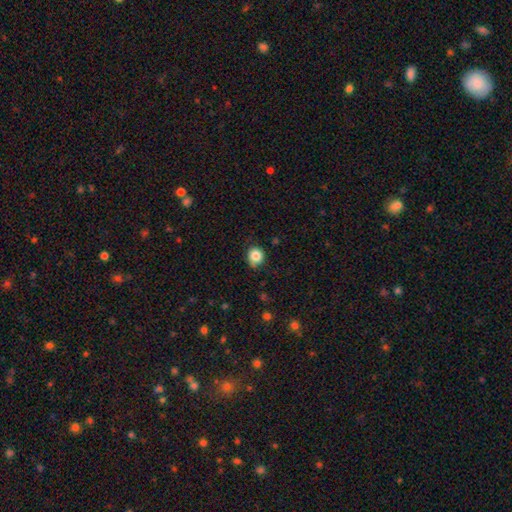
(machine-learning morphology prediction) Smooth or featured? Predicted: smooth (p=0.84). How rounded? Predicted: round (p=0.83). Merging? Predicted: none (p=0.75).